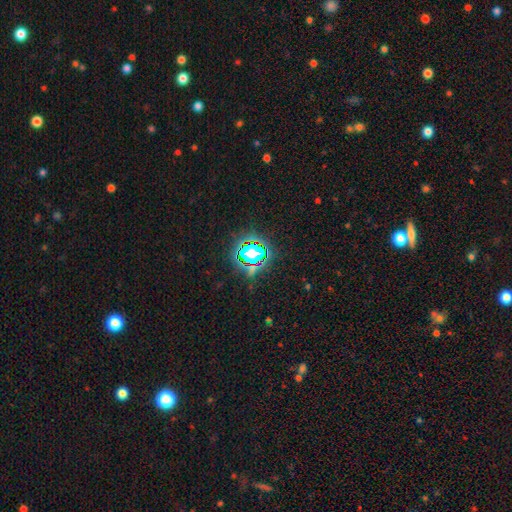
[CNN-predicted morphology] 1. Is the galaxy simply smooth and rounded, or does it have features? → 81% star or artifact, 12% smooth, 7% featured or disk.